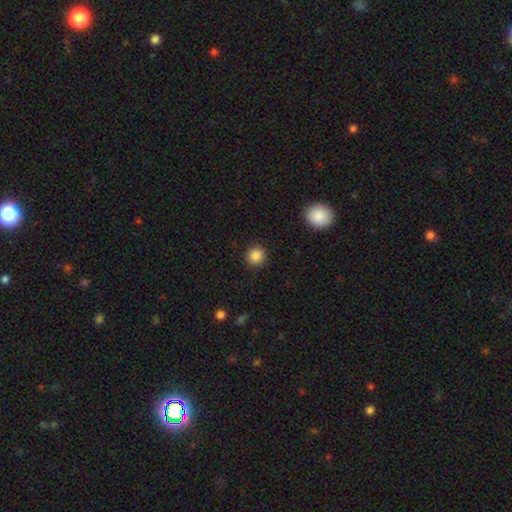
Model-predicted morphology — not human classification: Smooth or featured? Predicted: smooth (p=0.86). How rounded? Predicted: round (p=0.92). Merging? Predicted: none (p=0.91).